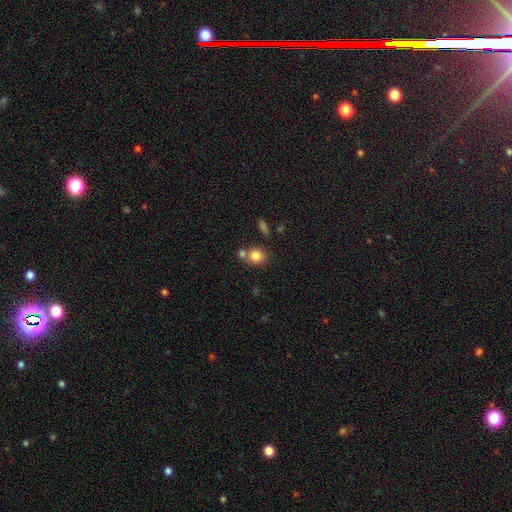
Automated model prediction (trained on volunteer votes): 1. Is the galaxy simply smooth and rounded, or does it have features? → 81% smooth, 10% star or artifact, 8% featured or disk.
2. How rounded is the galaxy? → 79% round, 20% in between, 1% cigar-shaped.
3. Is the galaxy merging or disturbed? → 53% none, 33% merger, 10% minor disturbance, 4% major disturbance.